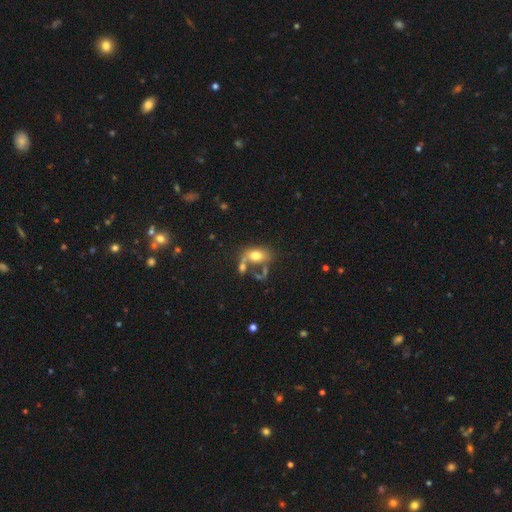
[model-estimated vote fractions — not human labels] A smooth galaxy with no disk features (69%) that is in between round and cigar-shaped (83%). Merging: none (37%).